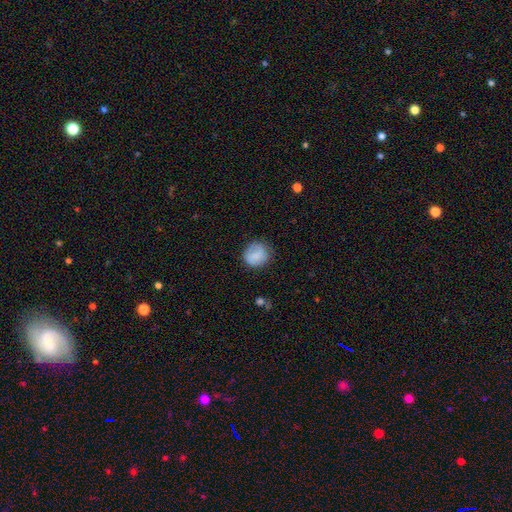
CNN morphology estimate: Overall: smooth (82%). How rounded: round (86%). Merging: none (75%).